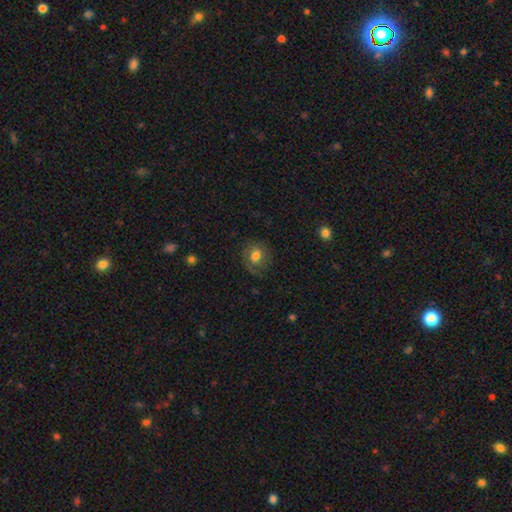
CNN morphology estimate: smooth_or_featured: smooth (p=0.62) [alt: featured or disk p=0.28]
how_rounded: round (p=0.63) [alt: in between p=0.35]
merging: none (p=0.69) [alt: minor disturbance p=0.19]